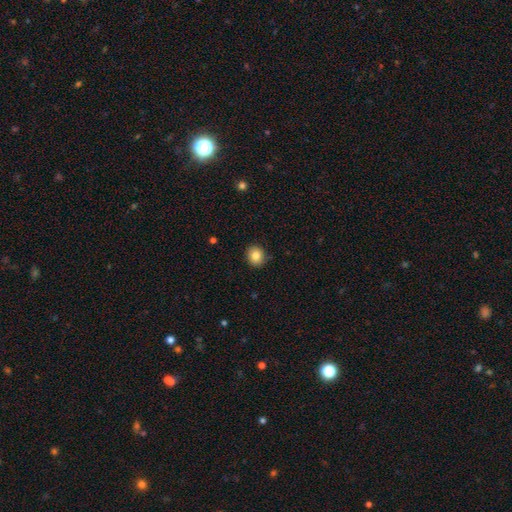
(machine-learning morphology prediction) Smooth or featured?
  - smooth: 84% *
  - star or artifact: 9%
  - featured or disk: 6%
How rounded?
  - round: 77% *
  - in between: 22%
  - cigar-shaped: 1%
Merging?
  - none: 87% *
  - minor disturbance: 10%
  - major disturbance: 2%
  - merger: 1%